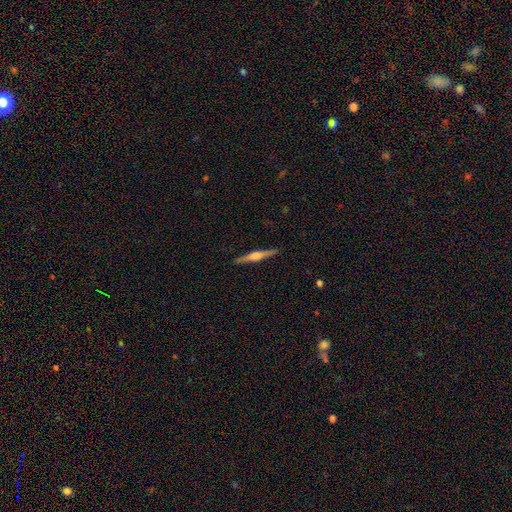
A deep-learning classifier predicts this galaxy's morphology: This is likely a featured or disk galaxy (75%). It is clearly viewed edge-on (98%). Edge-on bulge: likely rounded (75%). Merging: clearly none (92%).